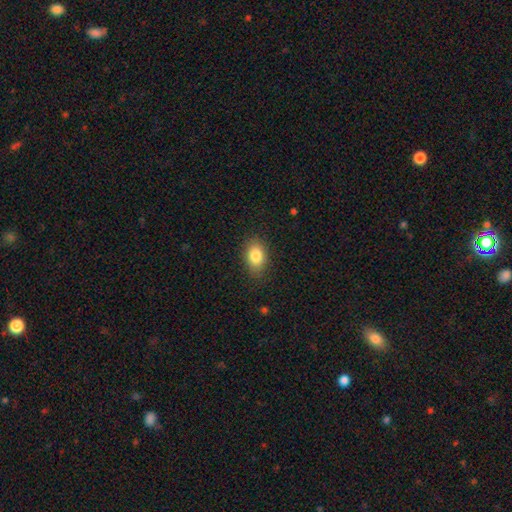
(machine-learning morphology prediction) A smooth galaxy with no disk features (83%) that is in between round and cigar-shaped (83%). Merging: none (84%).